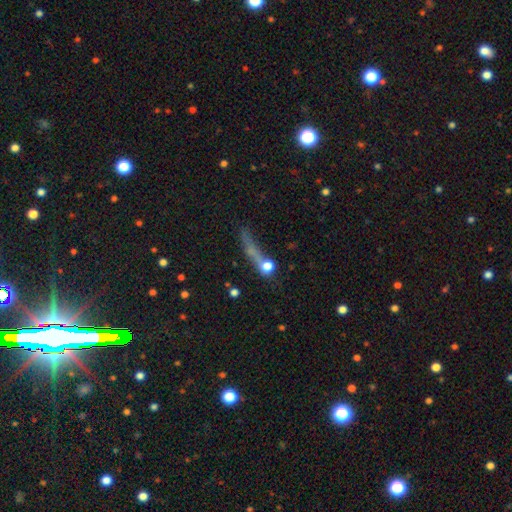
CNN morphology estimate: Q: Smooth or featured?
A: smooth (46%); runner-up: featured or disk (27%)
Q: Merging?
A: none (46%); runner-up: major disturbance (21%)